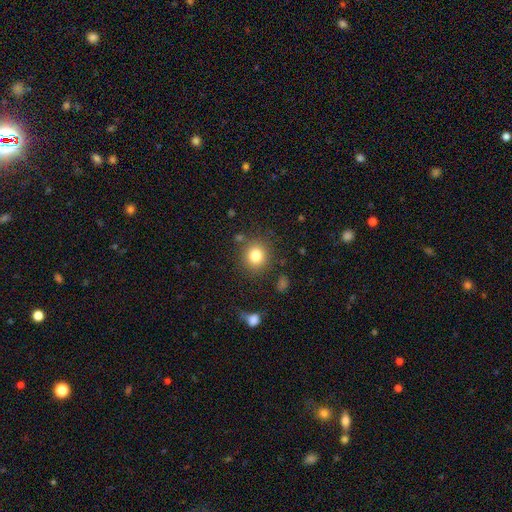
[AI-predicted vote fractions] Smooth or featured? Predicted: smooth (p=0.81). How rounded? Predicted: round (p=0.86). Merging? Predicted: none (p=0.84).